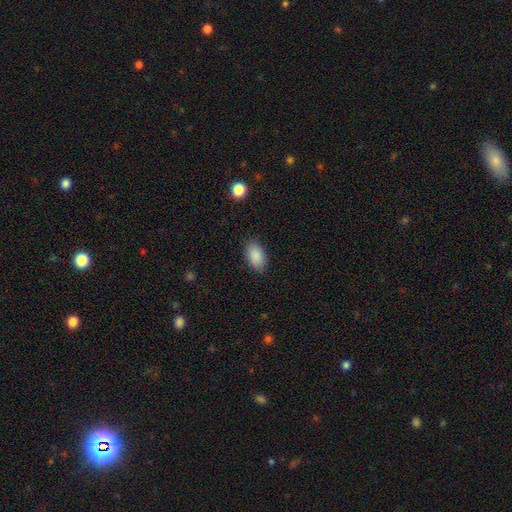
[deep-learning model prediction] This appears to be a smooth galaxy with no disk features (88%) that is in between round and cigar-shaped (92%). Merging: none (84%).